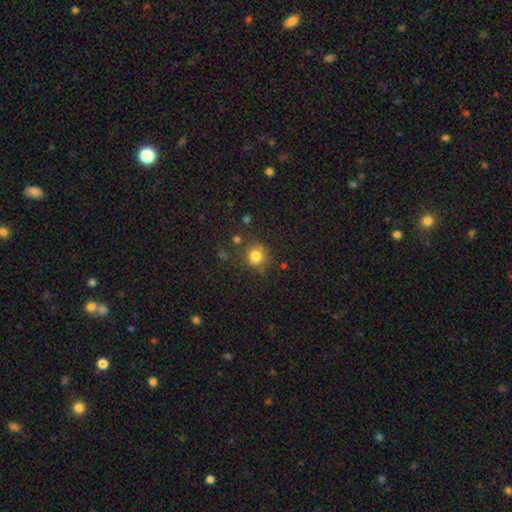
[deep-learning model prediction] The model was most divided on "merging": none: 70%, minor disturbance: 16%, merger: 10%, major disturbance: 5%. More confident: how rounded — round (82%); smooth or featured — smooth (78%).